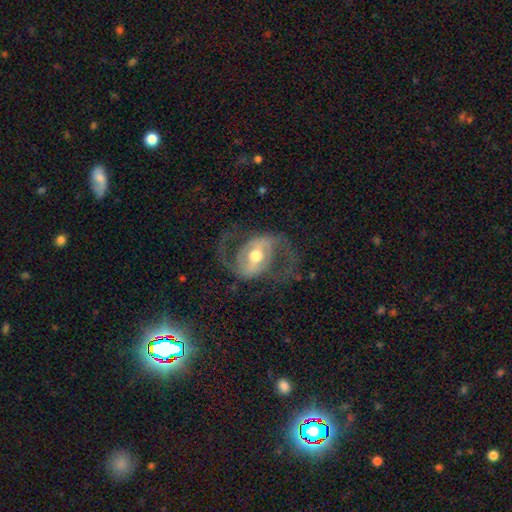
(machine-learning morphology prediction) The model was most divided on "bar": weak: 40%, strong: 37%, no: 23%. More confident: edge-on disk — no (97%); spiral arms — yes (94%); spiral arm count — 2 (93%); smooth or featured — featured or disk (88%); bulge size — moderate (73%); merging — none (72%); spiral winding — medium (52%).